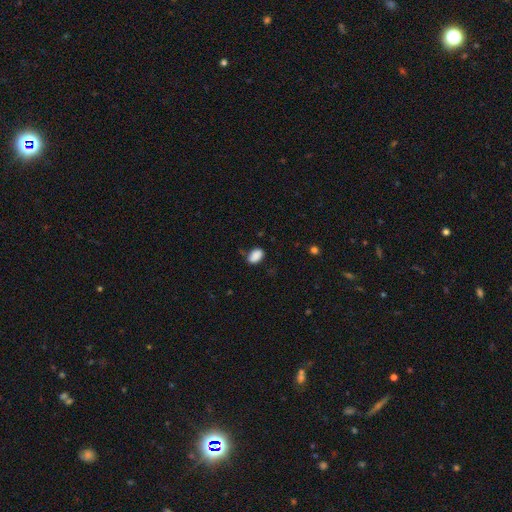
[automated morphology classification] Overall: smooth (87%). How rounded: in between (88%). Merging: none (66%).